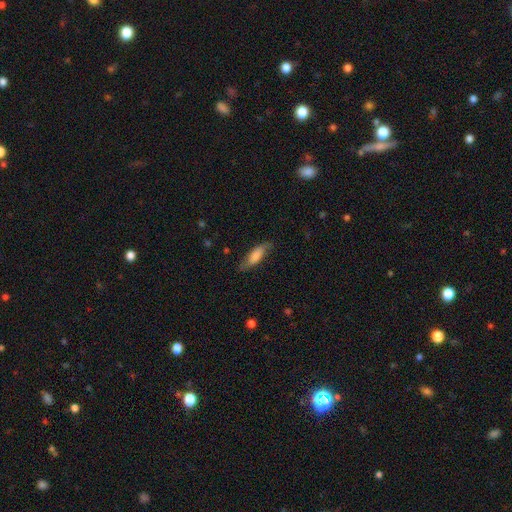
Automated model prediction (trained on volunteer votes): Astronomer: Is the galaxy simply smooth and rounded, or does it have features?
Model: smooth — 67%.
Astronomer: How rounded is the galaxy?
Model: in between — 56% (runner-up: cigar-shaped, 42%).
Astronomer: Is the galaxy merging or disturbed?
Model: none — 71%.